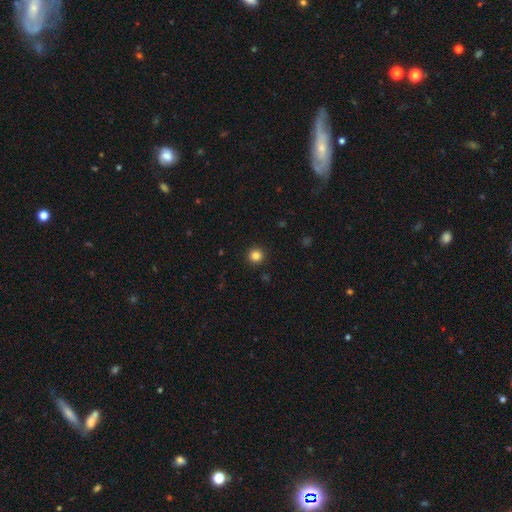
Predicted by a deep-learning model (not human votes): This is clearly a smooth galaxy (84%). How rounded: clearly round (95%). Merging: clearly none (93%).